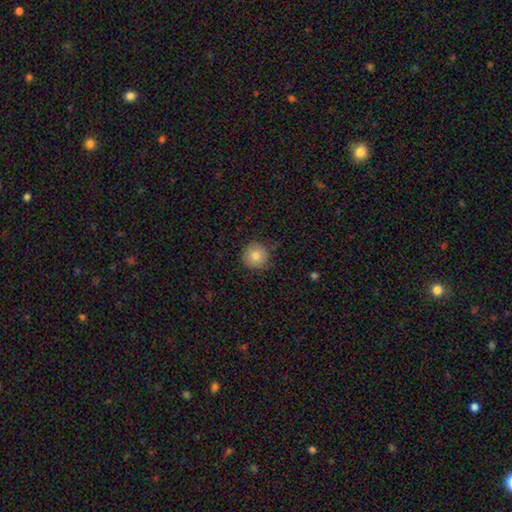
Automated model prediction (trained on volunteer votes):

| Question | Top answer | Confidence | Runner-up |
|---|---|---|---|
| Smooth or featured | smooth | 81% | star or artifact (10%) |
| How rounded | round | 95% | in between (4%) |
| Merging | none | 84% | minor disturbance (13%) |